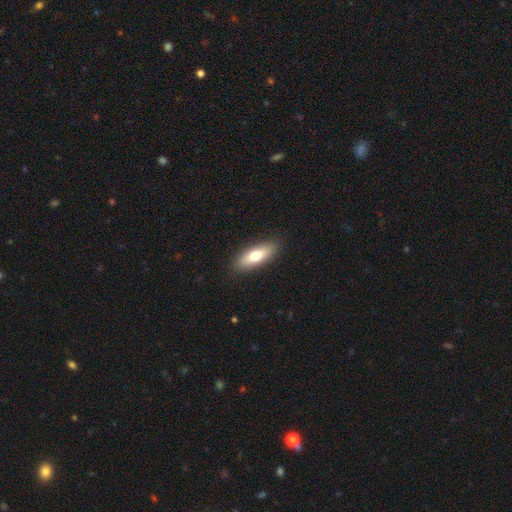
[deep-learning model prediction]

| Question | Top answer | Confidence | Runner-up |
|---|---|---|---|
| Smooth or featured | smooth | 70% | featured or disk (24%) |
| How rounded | in between | 64% | cigar-shaped (33%) |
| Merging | none | 88% | minor disturbance (8%) |